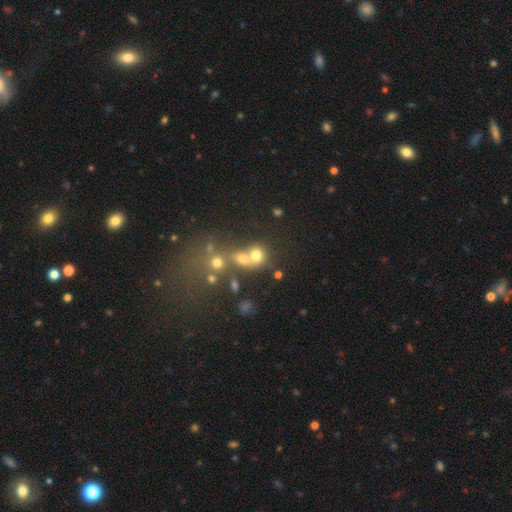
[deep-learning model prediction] Smooth or featured?
  - smooth: 67% *
  - star or artifact: 17%
  - featured or disk: 16%
How rounded?
  - round: 77% *
  - in between: 22%
  - cigar-shaped: 1%
Merging?
  - merger: 53% *
  - none: 34%
  - minor disturbance: 7%
  - major disturbance: 5%